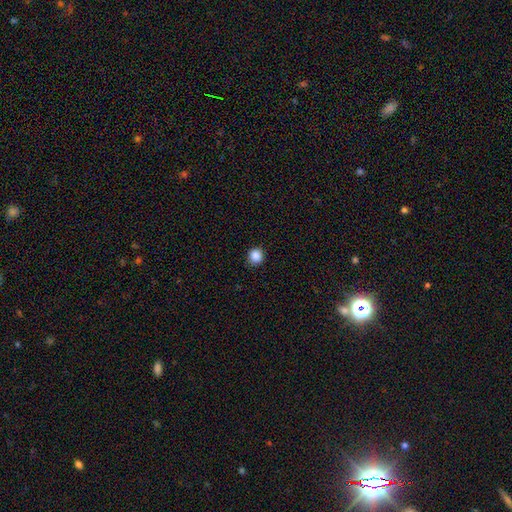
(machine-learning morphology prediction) smooth-or-featured: smooth: 87% | star or artifact: 10% | featured or disk: 3%
  how-rounded: round: 90% | in between: 9% | cigar-shaped: 1%
  merging: none: 89% | minor disturbance: 8% | major disturbance: 2% | merger: 1%